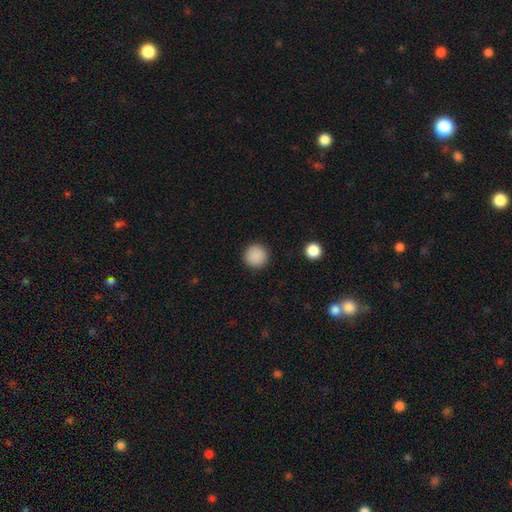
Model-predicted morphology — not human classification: This is clearly a smooth galaxy (89%). How rounded: clearly round (96%). Merging: clearly none (92%).